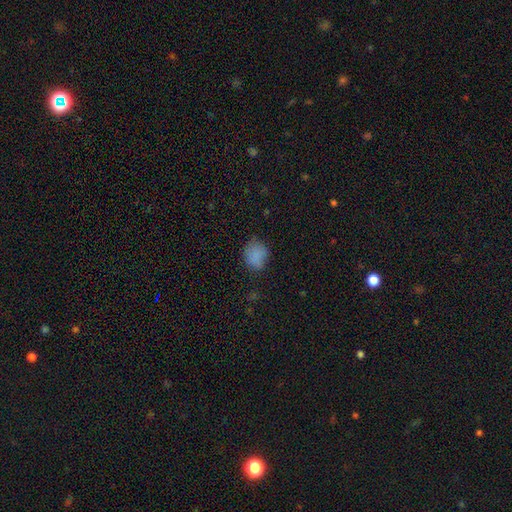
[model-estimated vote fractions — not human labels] smooth-or-featured: smooth: 81% | star or artifact: 12% | featured or disk: 8%
  how-rounded: round: 55% | in between: 44% | cigar-shaped: 1%
  merging: none: 64% | minor disturbance: 26% | major disturbance: 8% | merger: 2%